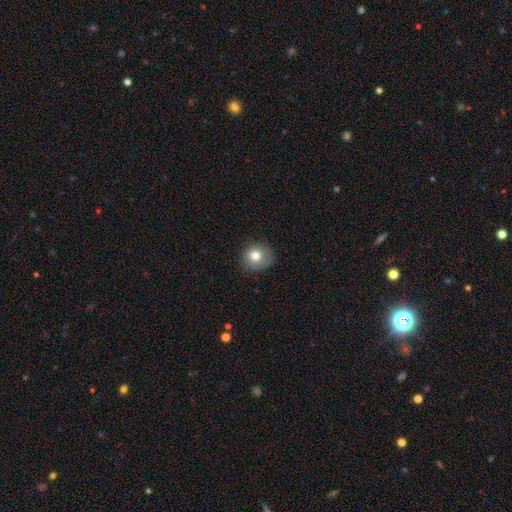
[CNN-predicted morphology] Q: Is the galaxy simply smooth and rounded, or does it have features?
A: smooth — 75%.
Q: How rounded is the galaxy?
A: round — 84%.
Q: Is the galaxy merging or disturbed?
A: none — 76%.